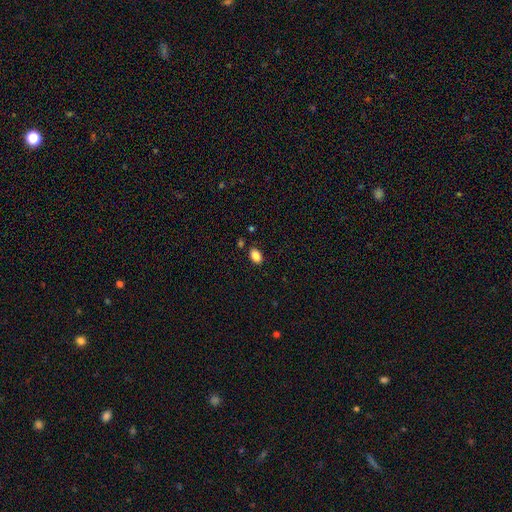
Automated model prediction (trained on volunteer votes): Morphology: type=smooth (87%); roundness=in between (86%); merging=none (84%).